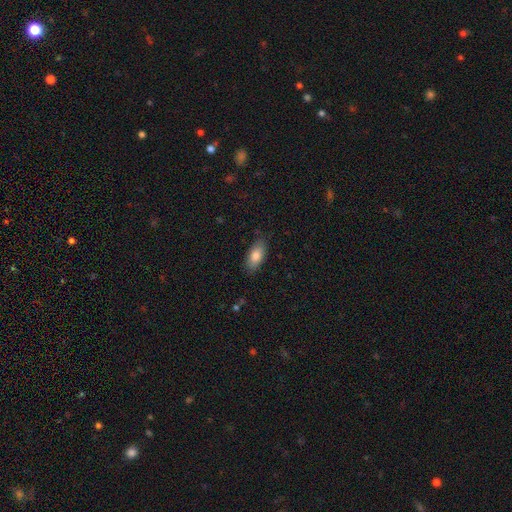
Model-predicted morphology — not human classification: type=smooth (81%); roundness=in between (85%); merging=none (83%).